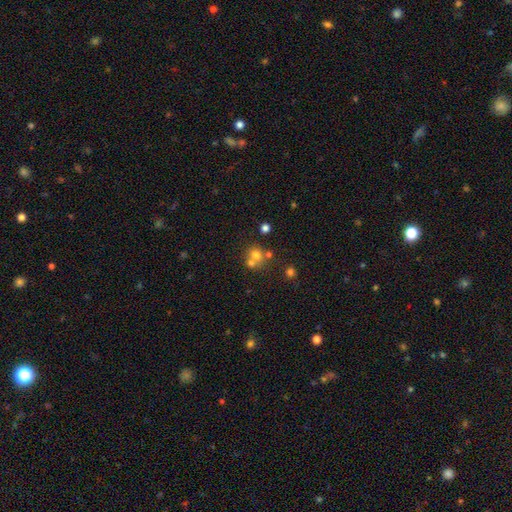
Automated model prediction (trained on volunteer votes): Q: Smooth or featured?
A: smooth (66%); runner-up: featured or disk (17%)
Q: How rounded?
A: round (82%); runner-up: in between (17%)
Q: Merging?
A: none (45%); tied with: merger (45%)